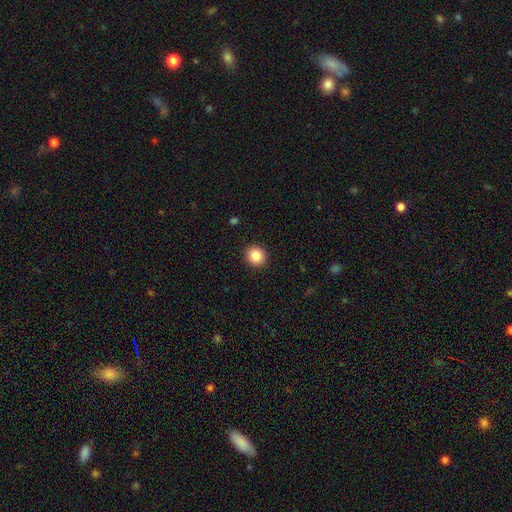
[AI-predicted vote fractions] A smooth galaxy with no disk features (86%) that is round (89%). Merging: none (92%).